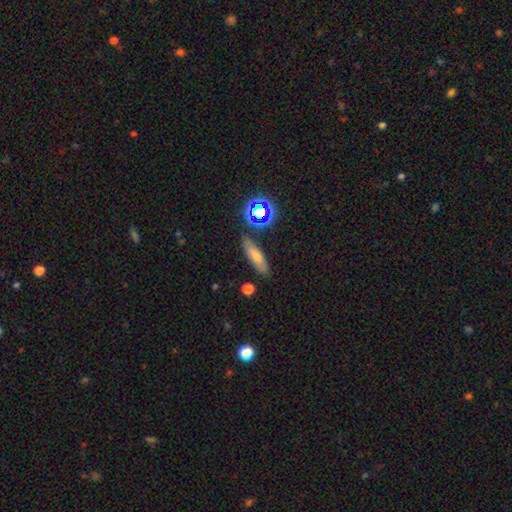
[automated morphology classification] smooth_or_featured: smooth (p=0.58) [alt: star or artifact p=0.21]
how_rounded: cigar-shaped (p=0.59) [alt: in between p=0.33]
merging: none (p=0.80) [alt: minor disturbance p=0.12]